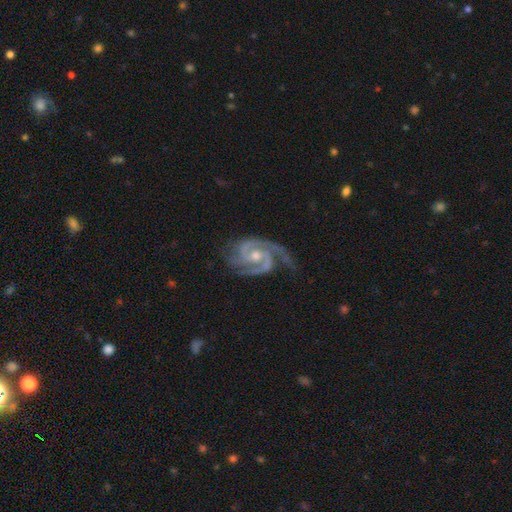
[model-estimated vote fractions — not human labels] featured or disk 94%, star or artifact 4%, smooth 2%. Down the decision tree: edge-on disk — no (98%); bar — no (53%); spiral arms — yes (99%); spiral arm count — 2 (61%); spiral winding — medium (48%); bulge size — moderate (58%); merging — none (69%).